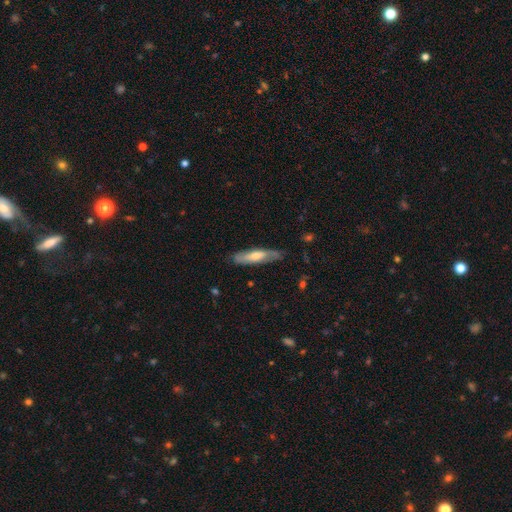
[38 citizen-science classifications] smooth_or_featured: featured or disk (p=0.68) [alt: smooth p=0.29]
disk_edge_on: yes (p=0.58) [alt: no p=0.42]
edge_on_bulge: rounded (p=0.93) [alt: none p=0.07]
merging: none (p=0.84) [alt: major disturbance p=0.11]